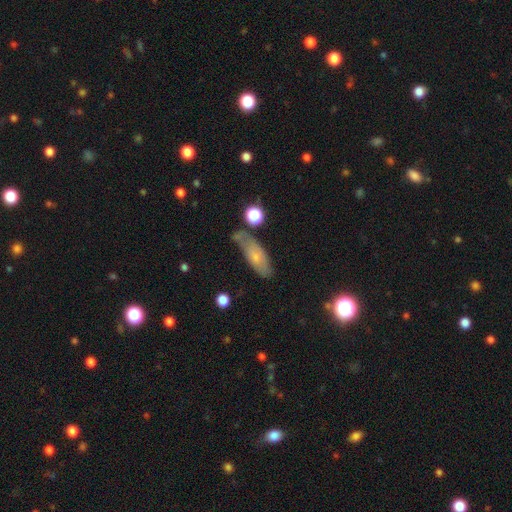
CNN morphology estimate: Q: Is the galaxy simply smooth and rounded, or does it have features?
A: smooth — 62%.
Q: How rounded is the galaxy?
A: in between — 67%.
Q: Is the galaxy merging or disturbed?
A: none — 46%.